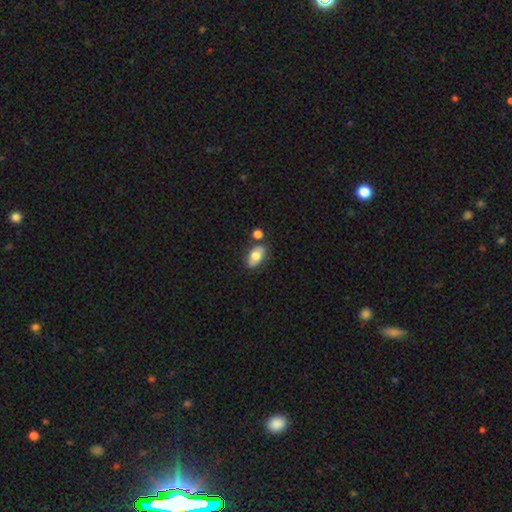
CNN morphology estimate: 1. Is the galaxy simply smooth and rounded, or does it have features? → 74% smooth, 19% featured or disk, 7% star or artifact.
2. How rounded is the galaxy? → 91% in between, 7% round, 2% cigar-shaped.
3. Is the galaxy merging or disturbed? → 72% none, 13% minor disturbance, 11% merger, 3% major disturbance.